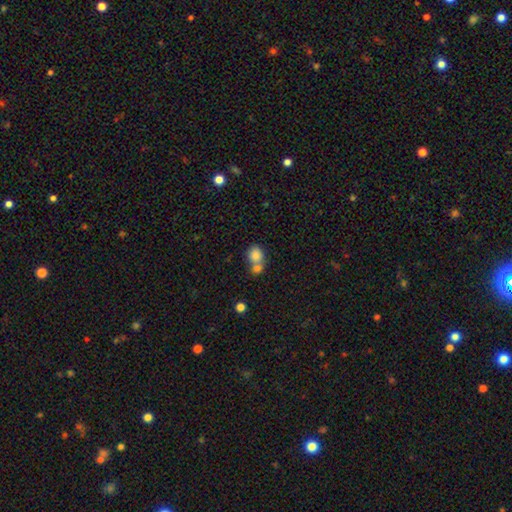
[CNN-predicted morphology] Overall: smooth (82%). How rounded: round (63%; in between 36%). Merging: merger (54%; none 35%).